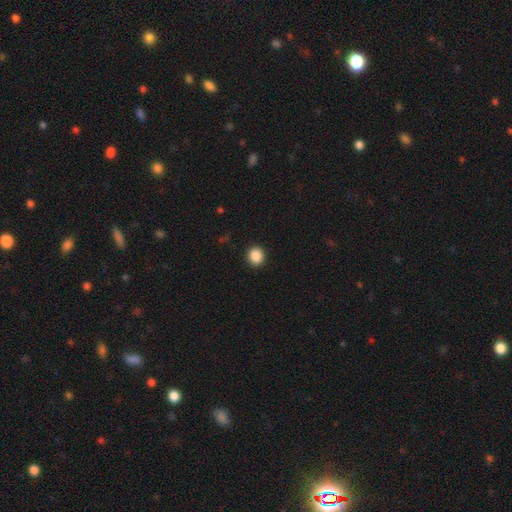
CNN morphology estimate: The model was most divided on "how rounded": round: 80%, in between: 19%, cigar-shaped: 1%. More confident: merging — none (92%); smooth or featured — smooth (88%).